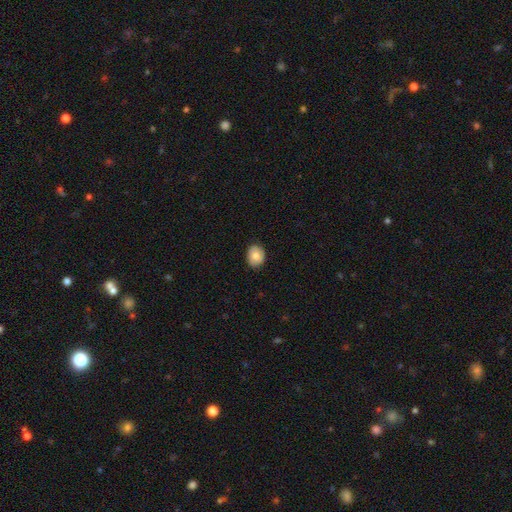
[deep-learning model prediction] Overall: smooth (69%). How rounded: round (51%; in between 48%). Merging: none (83%).